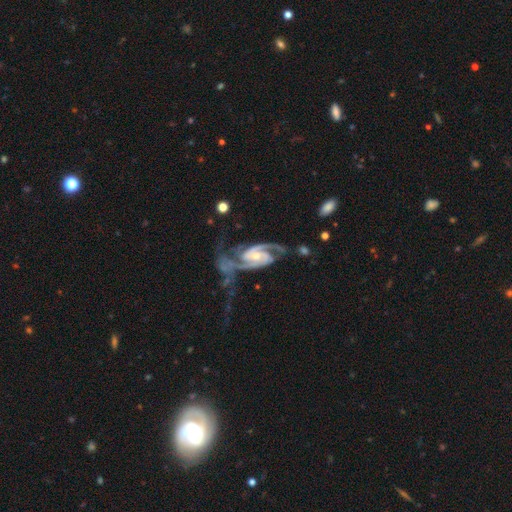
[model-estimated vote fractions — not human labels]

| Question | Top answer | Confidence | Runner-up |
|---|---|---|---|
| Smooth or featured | featured or disk | 94% | star or artifact (4%) |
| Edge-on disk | no | 98% | yes (2%) |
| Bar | no | 43% | weak (38%) |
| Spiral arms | yes | 98% | no (2%) |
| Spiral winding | medium | 51% | tight (33%) |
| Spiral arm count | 2 | 73% | 3 (14%) |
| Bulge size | moderate | 48% | small (47%) |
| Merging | none | 48% | major disturbance (25%) |